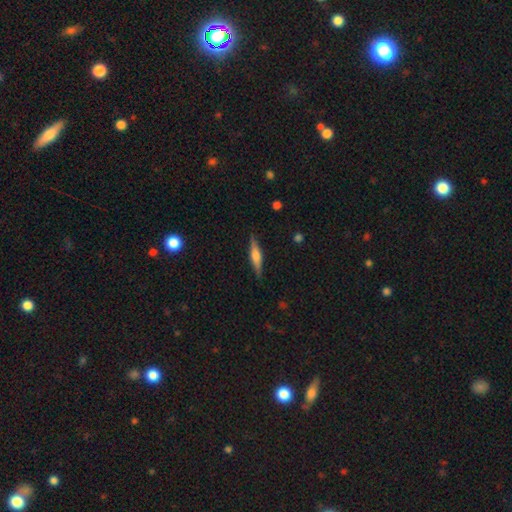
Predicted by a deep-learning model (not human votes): Smooth or featured?
  - featured or disk: 48% *
  - smooth: 46%
  - star or artifact: 6%
Merging?
  - none: 86% *
  - minor disturbance: 10%
  - major disturbance: 2%
  - merger: 1%